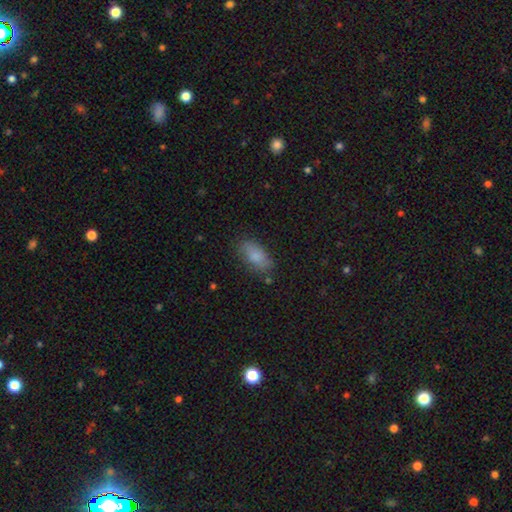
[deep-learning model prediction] Overall: smooth (82%). How rounded: in between (89%). Merging: none (75%).